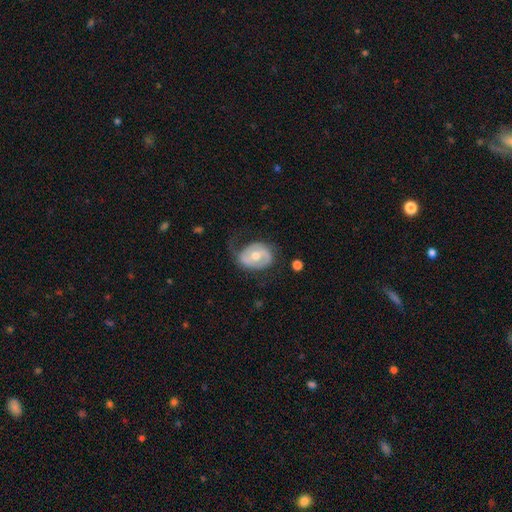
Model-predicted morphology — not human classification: featured or disk 66%, smooth 28%, star or artifact 6%. Down the decision tree: edge-on disk — no (96%); bar — no (45%); spiral arms — yes (73%); bulge size — moderate (71%); merging — none (47%).